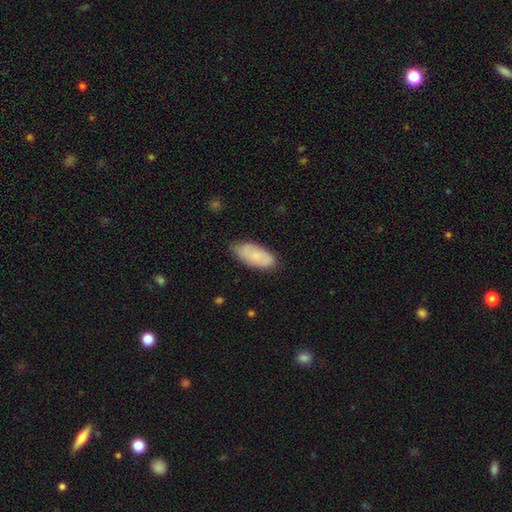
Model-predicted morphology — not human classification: smooth_or_featured: smooth (p=0.78) [alt: featured or disk p=0.15]
how_rounded: in between (p=0.89) [alt: cigar-shaped p=0.09]
merging: none (p=0.76) [alt: minor disturbance p=0.20]